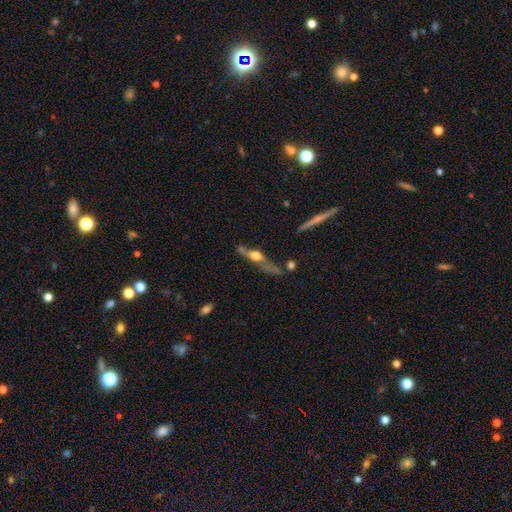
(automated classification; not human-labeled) Smooth or featured: featured or disk — 60% (smooth — 31%)
Edge-on disk: yes — 80% (no — 20%)
Merging: none — 47% (minor disturbance — 22%)